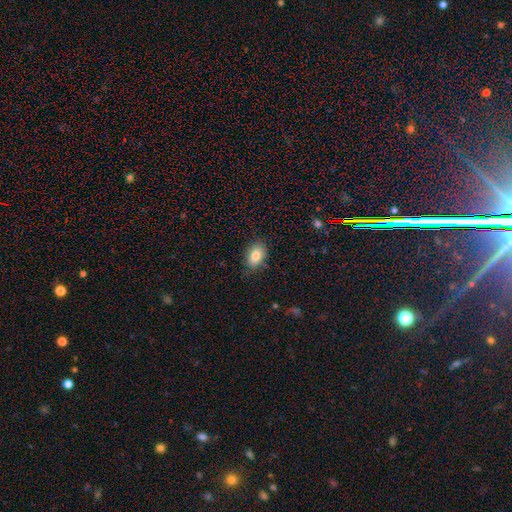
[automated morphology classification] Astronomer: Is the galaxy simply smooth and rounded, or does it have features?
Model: smooth — 82%.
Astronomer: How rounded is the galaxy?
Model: in between — 86%.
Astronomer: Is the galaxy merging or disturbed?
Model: none — 83%.